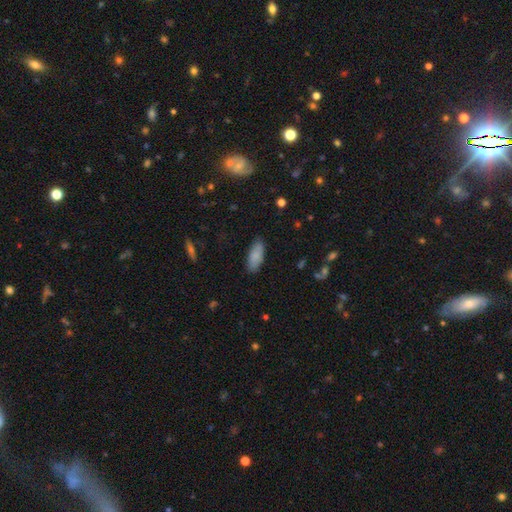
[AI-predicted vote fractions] Smooth or featured?
  - smooth: 82% *
  - featured or disk: 11%
  - star or artifact: 6%
How rounded?
  - in between: 78% *
  - cigar-shaped: 20%
  - round: 2%
Merging?
  - none: 83% *
  - minor disturbance: 13%
  - major disturbance: 3%
  - merger: 1%